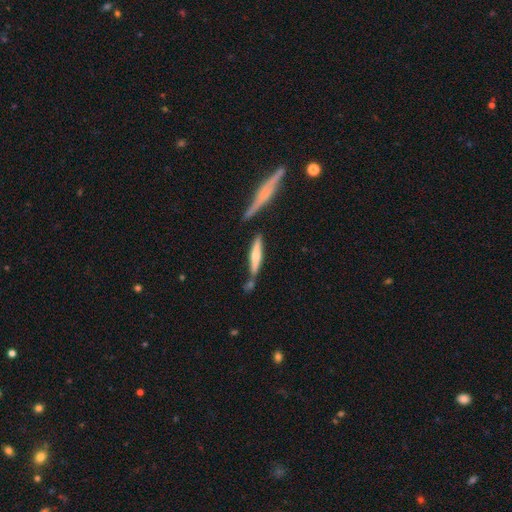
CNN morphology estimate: A smooth galaxy with no disk features (50%) that is cigar-shaped (88%).

Vote fractions:
- Smooth or featured? smooth: 50% / featured or disk: 44% / star or artifact: 6%
- How rounded? cigar-shaped: 88% / in between: 10% / round: 2%
- Merging? none: 61% / minor disturbance: 17% / merger: 17% / major disturbance: 5%